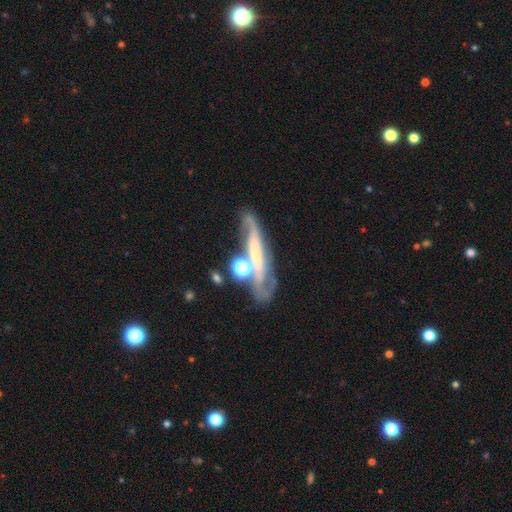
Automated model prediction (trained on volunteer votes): Overall: featured or disk (62%; smooth 24%). Edge-on disk: no (57%; yes 43%). Merging: none (43%; merger 22%).